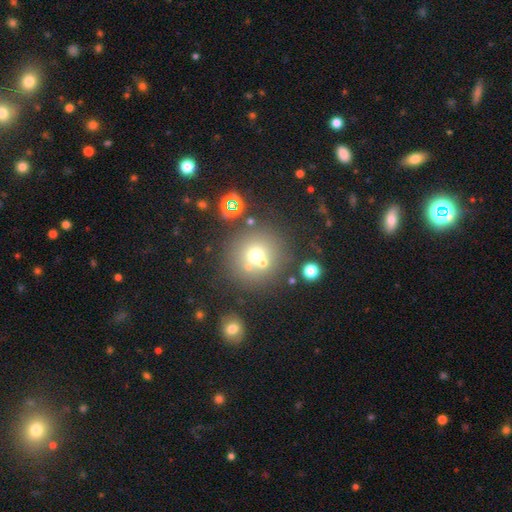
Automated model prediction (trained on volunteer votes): This is likely a smooth galaxy (63%). How rounded: clearly round (92%). Merging: likely none (68%).